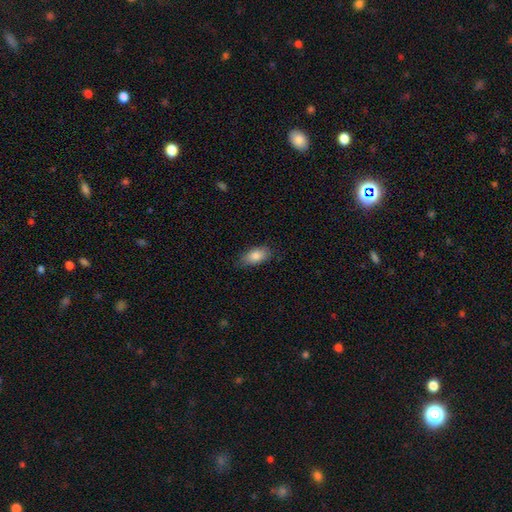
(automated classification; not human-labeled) A smooth galaxy with no disk features (84%) that is in between round and cigar-shaped (90%). Merging: none (81%).